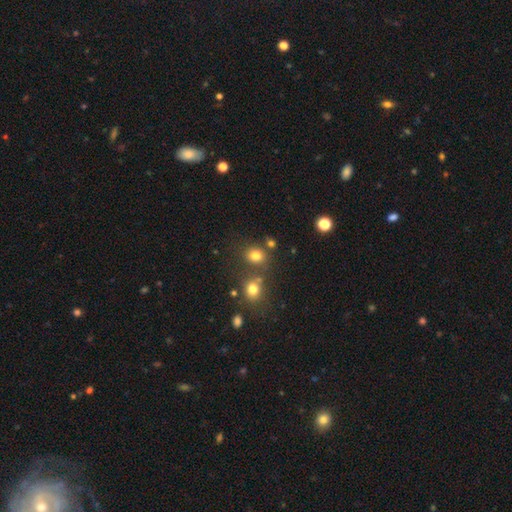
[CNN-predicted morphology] This appears to be a smooth galaxy with no disk features (77%) that is round (66%). Merging: none (68%).